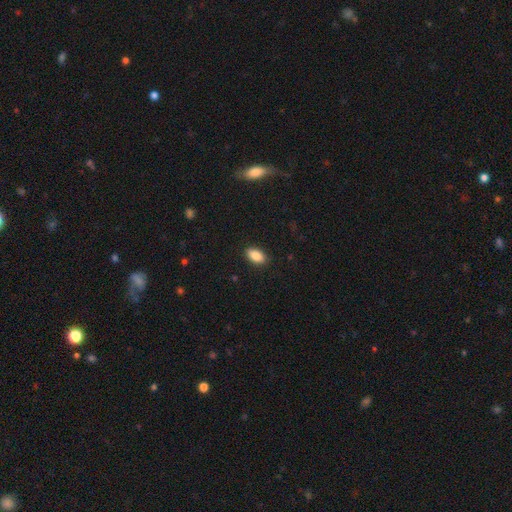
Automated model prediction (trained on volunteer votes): A smooth galaxy with no disk features (87%) that is in between round and cigar-shaped (92%). Merging: none (89%).